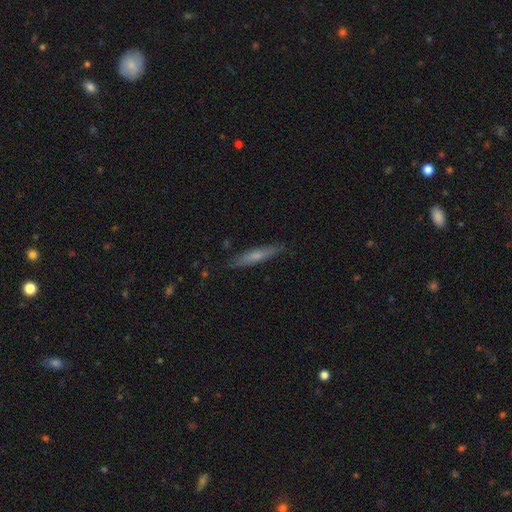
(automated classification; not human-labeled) smooth-or-featured: smooth: 56% | featured or disk: 38% | star or artifact: 6%
  how-rounded: cigar-shaped: 90% | in between: 8% | round: 2%
  merging: none: 86% | minor disturbance: 11% | major disturbance: 2% | merger: 1%